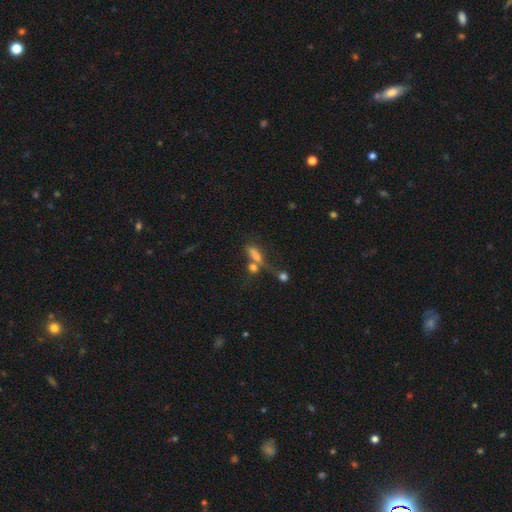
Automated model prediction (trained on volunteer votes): smooth-or-featured: smooth: 55% | featured or disk: 24% | star or artifact: 21%
  how-rounded: cigar-shaped: 48% | in between: 42% | round: 10%
  merging: merger: 37% (tied) | none: 37% (tied) | minor disturbance: 13% | major disturbance: 13%